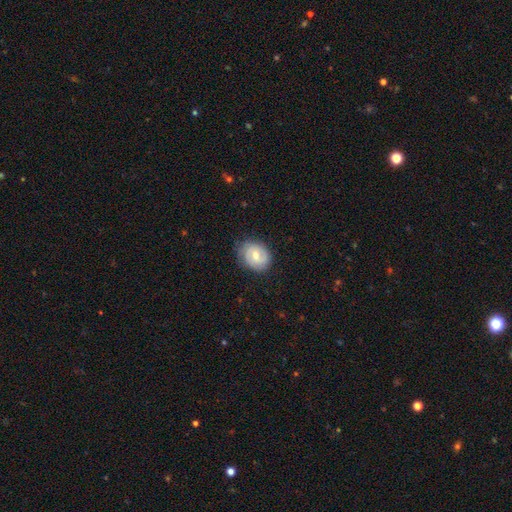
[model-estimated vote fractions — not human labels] The model was most divided on "smooth or featured": featured or disk: 49%, smooth: 44%, star or artifact: 7%. More confident: merging — none (78%).